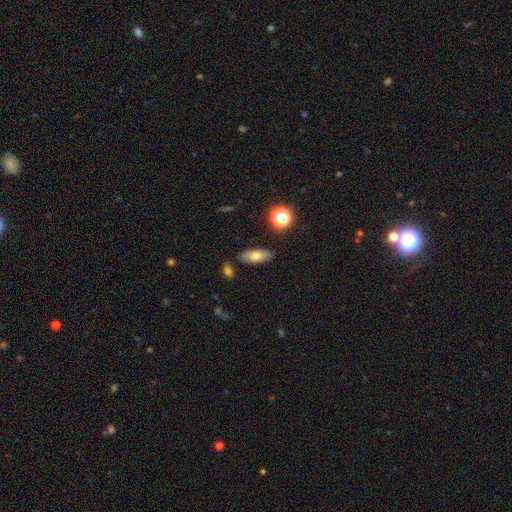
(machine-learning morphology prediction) A smooth galaxy with no disk features (71%) that is in between round and cigar-shaped (75%).

Vote fractions:
- Smooth or featured? smooth: 71% / featured or disk: 19% / star or artifact: 10%
- How rounded? in between: 75% / cigar-shaped: 20% / round: 5%
- Merging? none: 85% / minor disturbance: 10% / merger: 3% / major disturbance: 2%